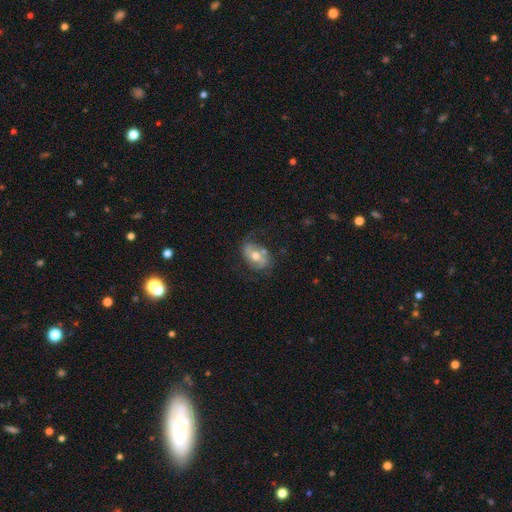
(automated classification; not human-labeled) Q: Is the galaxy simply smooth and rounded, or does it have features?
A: featured or disk — 63%.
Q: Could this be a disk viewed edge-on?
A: no — 94%.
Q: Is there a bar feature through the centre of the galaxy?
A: no — 41%.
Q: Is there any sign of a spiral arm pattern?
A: yes — 76%.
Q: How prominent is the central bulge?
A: moderate — 74%.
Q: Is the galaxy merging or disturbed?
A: none — 60%.